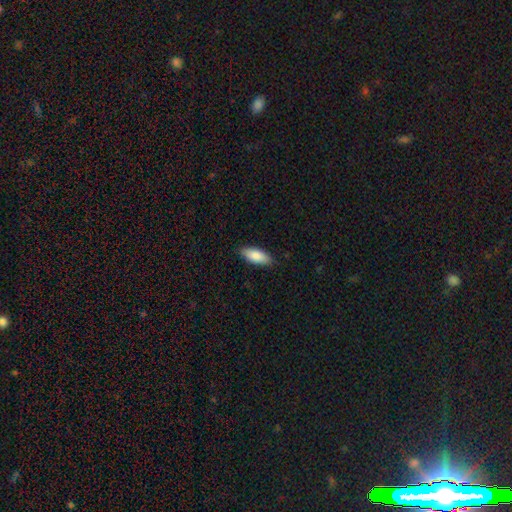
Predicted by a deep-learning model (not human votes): smooth_or_featured: smooth (p=0.85) [alt: featured or disk p=0.10]
how_rounded: in between (p=0.81) [alt: cigar-shaped p=0.17]
merging: none (p=0.88) [alt: minor disturbance p=0.10]